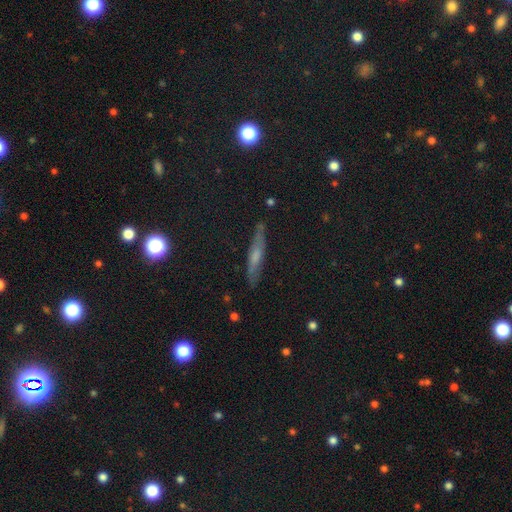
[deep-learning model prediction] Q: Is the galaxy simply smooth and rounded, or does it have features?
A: featured or disk — 45%.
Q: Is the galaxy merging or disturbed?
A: none — 83%.